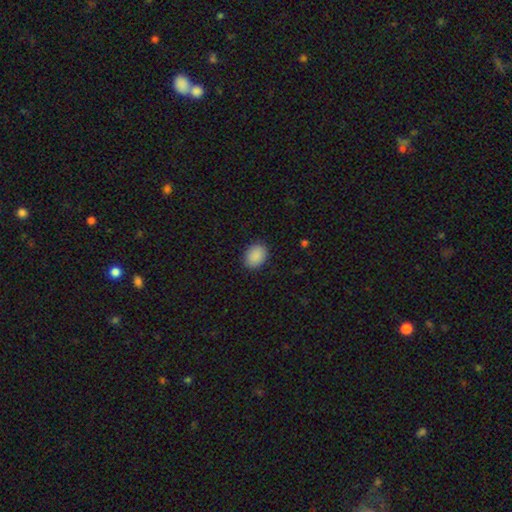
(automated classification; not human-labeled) Smooth or featured? smooth (90%)
How rounded? in between (64%)
Merging? none (88%)